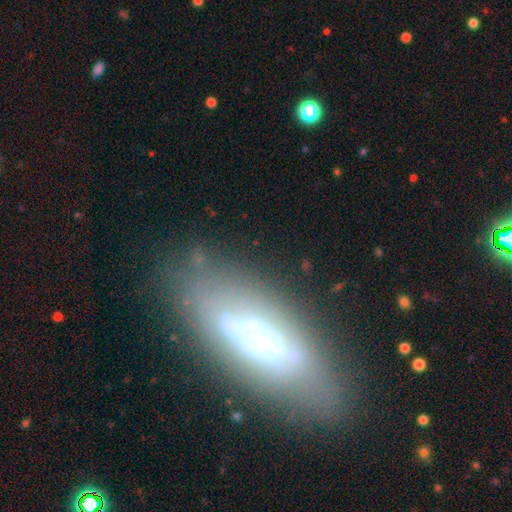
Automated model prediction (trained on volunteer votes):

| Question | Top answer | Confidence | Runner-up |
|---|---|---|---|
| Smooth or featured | featured or disk | 56% | smooth (32%) |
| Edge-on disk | no | 69% | yes (31%) |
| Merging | none | 66% | minor disturbance (18%) |